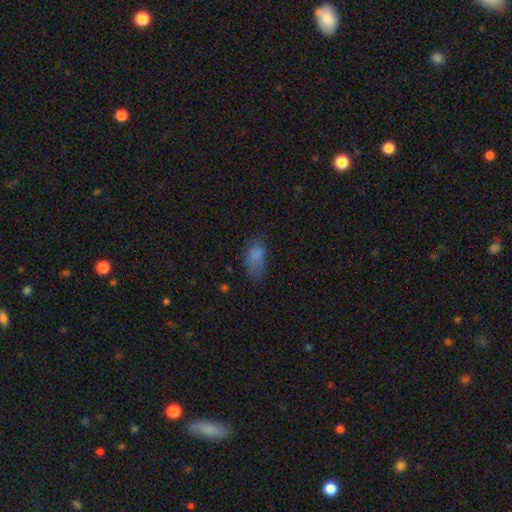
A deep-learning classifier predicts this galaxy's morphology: Overall: smooth (76%). How rounded: in between (91%). Merging: none (41%; minor disturbance 33%).